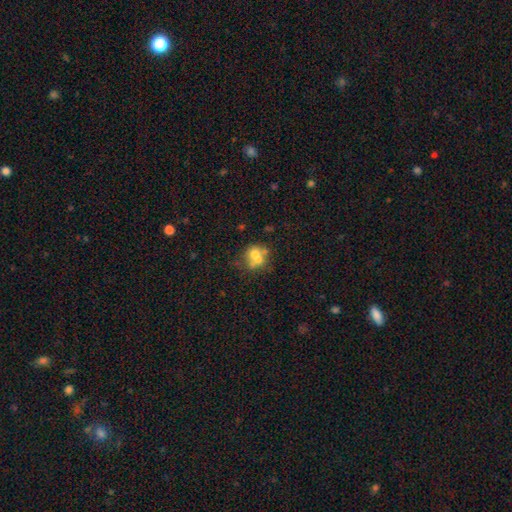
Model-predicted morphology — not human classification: The model was most divided on "merging": merger: 49%, none: 34%, minor disturbance: 10%, major disturbance: 7%. More confident: how rounded — round (72%); smooth or featured — smooth (59%).